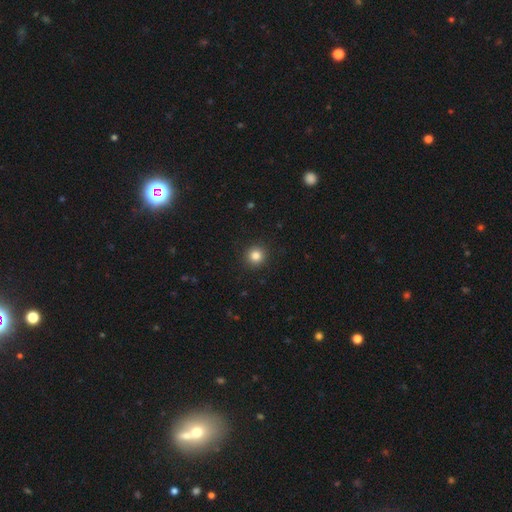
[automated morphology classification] This is clearly a smooth galaxy (84%). How rounded: clearly round (95%). Merging: clearly none (93%).